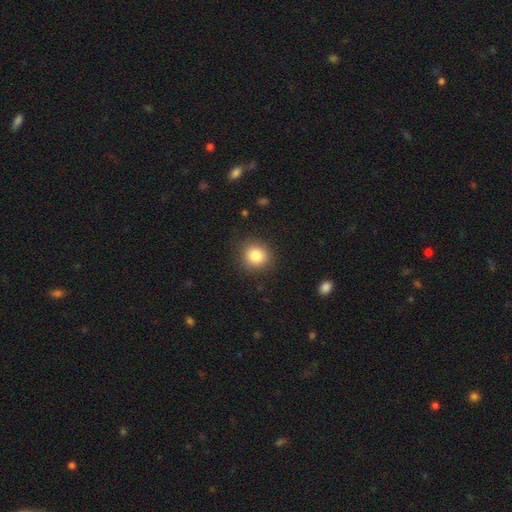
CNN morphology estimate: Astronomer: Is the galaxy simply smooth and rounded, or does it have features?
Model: smooth — 84%.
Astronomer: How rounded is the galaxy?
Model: round — 87%.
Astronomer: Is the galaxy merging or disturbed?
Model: none — 88%.